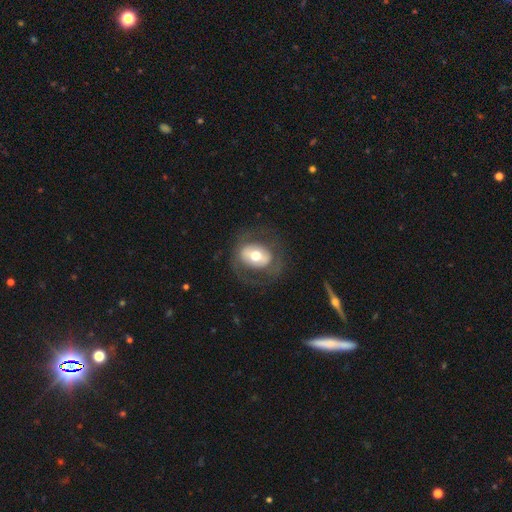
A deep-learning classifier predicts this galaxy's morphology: The model was most divided on "smooth or featured": featured or disk: 49%, smooth: 44%, star or artifact: 7%. More confident: merging — none (72%).